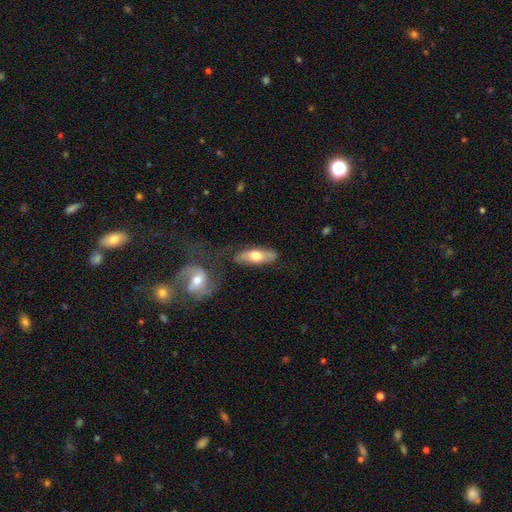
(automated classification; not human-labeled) Morphology: type=smooth (53%); roundness=in between (65%); merging=none (66%).